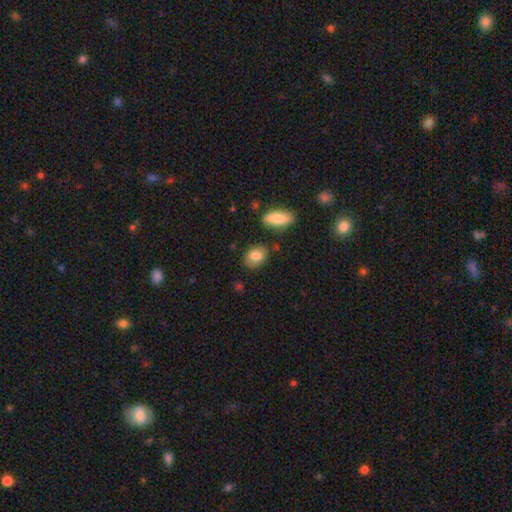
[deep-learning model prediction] The model was most divided on "how rounded": in between: 72%, round: 26%, cigar-shaped: 2%. More confident: smooth or featured — smooth (80%); merging — none (77%).